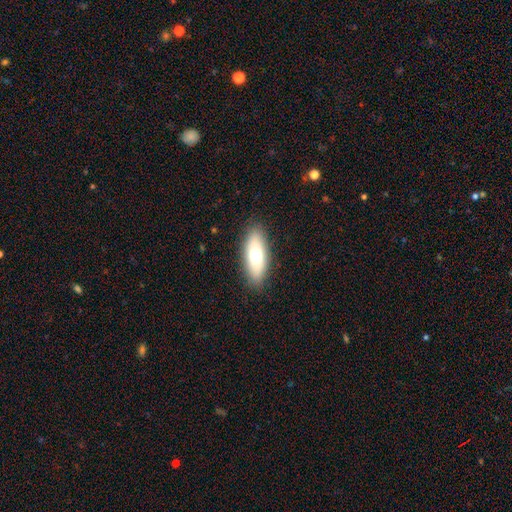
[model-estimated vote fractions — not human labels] smooth_or_featured: smooth (p=0.67) [alt: featured or disk p=0.26]
how_rounded: in between (p=0.74) [alt: cigar-shaped p=0.23]
merging: none (p=0.87) [alt: minor disturbance p=0.10]